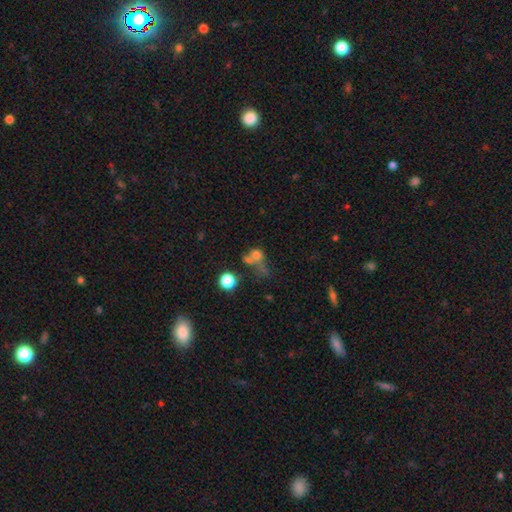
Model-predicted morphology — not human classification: Smooth or featured? Predicted: smooth (p=0.64). How rounded? Predicted: round (p=0.73). Merging? Predicted: merger (p=0.46).